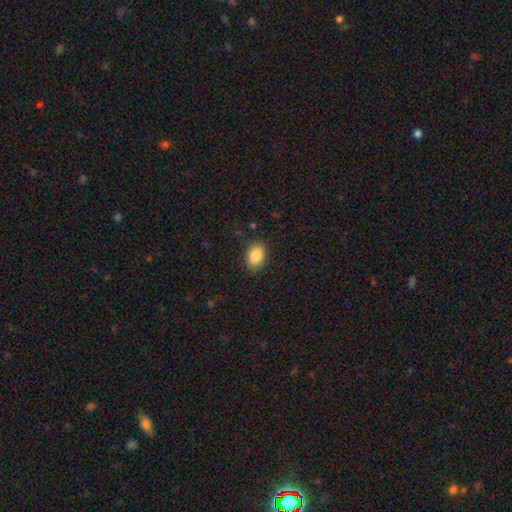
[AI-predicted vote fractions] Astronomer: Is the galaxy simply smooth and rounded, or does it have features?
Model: smooth — 86%.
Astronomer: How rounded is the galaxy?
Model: in between — 87%.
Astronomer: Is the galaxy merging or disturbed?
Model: none — 86%.